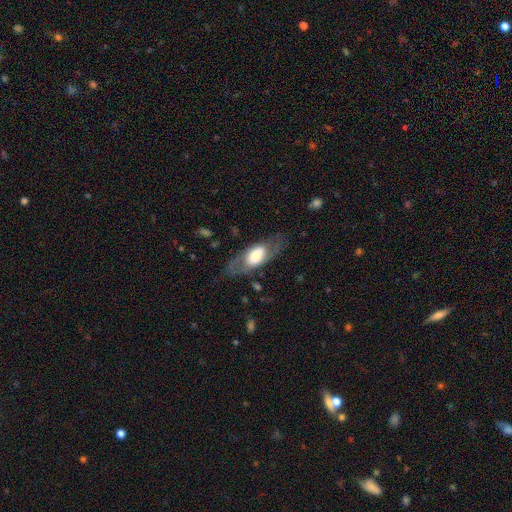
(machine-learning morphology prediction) Overall: smooth (47%, tied with featured or disk). Merging: none (72%).